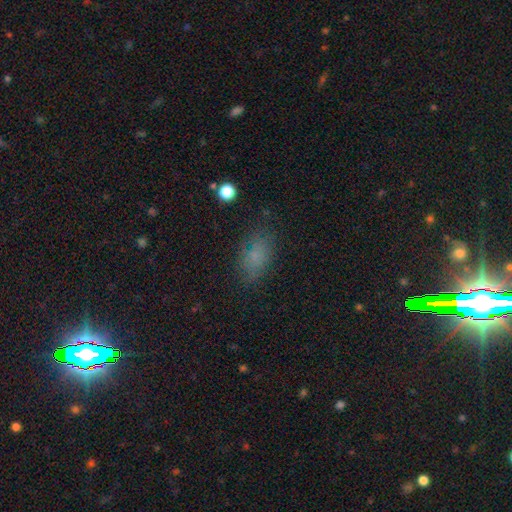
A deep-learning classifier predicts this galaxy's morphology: smooth_or_featured: smooth (p=0.75) [alt: star or artifact p=0.15]
how_rounded: in between (p=0.88) [alt: round p=0.08]
merging: none (p=0.77) [alt: minor disturbance p=0.16]